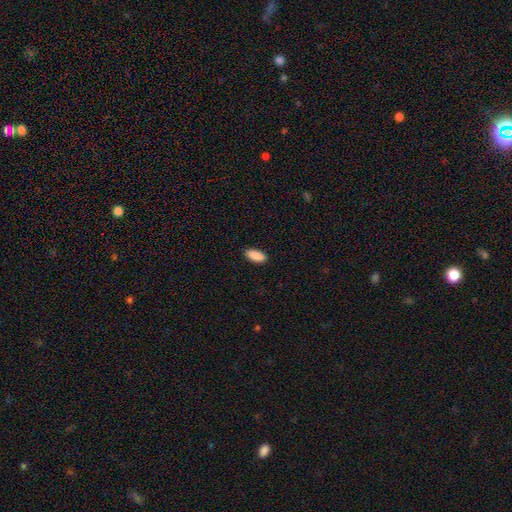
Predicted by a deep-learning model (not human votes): A smooth galaxy with no disk features (90%) that is in between round and cigar-shaped (85%).

Vote fractions:
- Smooth or featured? smooth: 90% / star or artifact: 6% / featured or disk: 3%
- How rounded? in between: 85% / cigar-shaped: 13% / round: 2%
- Merging? none: 90% / minor disturbance: 7% / major disturbance: 2% / merger: 1%